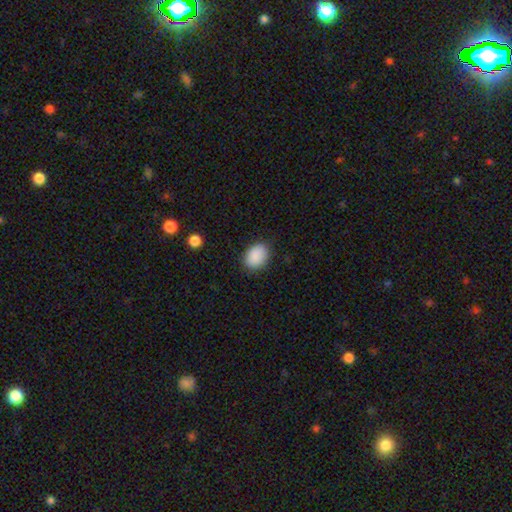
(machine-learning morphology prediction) Smooth or featured? smooth (89%)
How rounded? in between (68%)
Merging? none (84%)